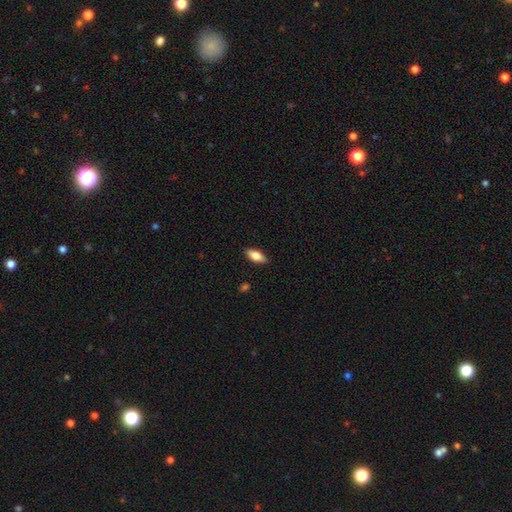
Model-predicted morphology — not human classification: A smooth galaxy with no disk features (81%) that is in between round and cigar-shaped (86%).

Vote fractions:
- Smooth or featured? smooth: 81% / featured or disk: 13% / star or artifact: 6%
- How rounded? in between: 86% / cigar-shaped: 12% / round: 2%
- Merging? none: 88% / minor disturbance: 9% / major disturbance: 2% / merger: 1%